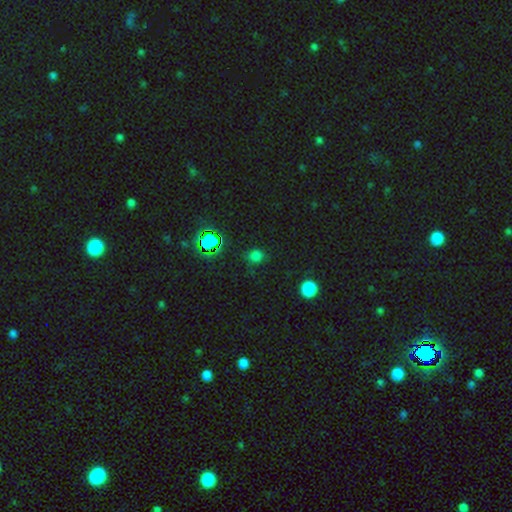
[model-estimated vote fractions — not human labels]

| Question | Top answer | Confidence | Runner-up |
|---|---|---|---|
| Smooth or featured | smooth | 63% | star or artifact (31%) |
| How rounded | round | 80% | in between (19%) |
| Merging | none | 80% | minor disturbance (12%) |